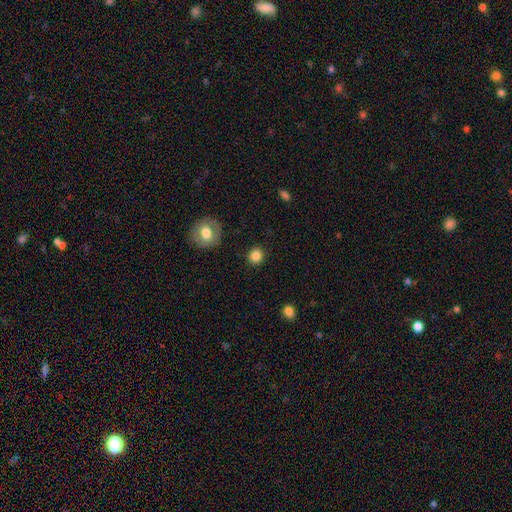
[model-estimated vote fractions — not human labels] A smooth galaxy with no disk features (84%) that is round (91%). Merging: none (90%).